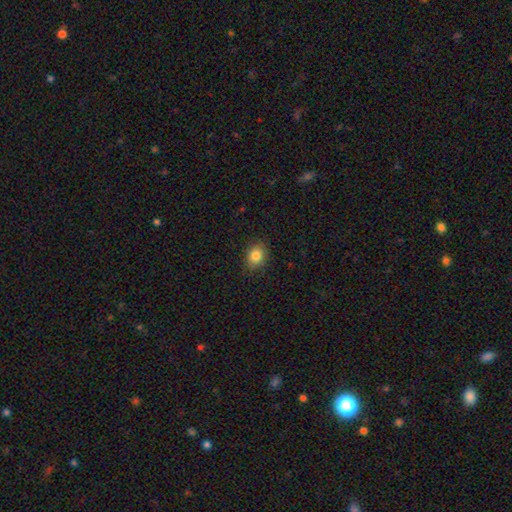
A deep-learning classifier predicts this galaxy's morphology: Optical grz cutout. It shows a smooth galaxy with no disk features (83%) that is round (54%). Merging: none (87%).